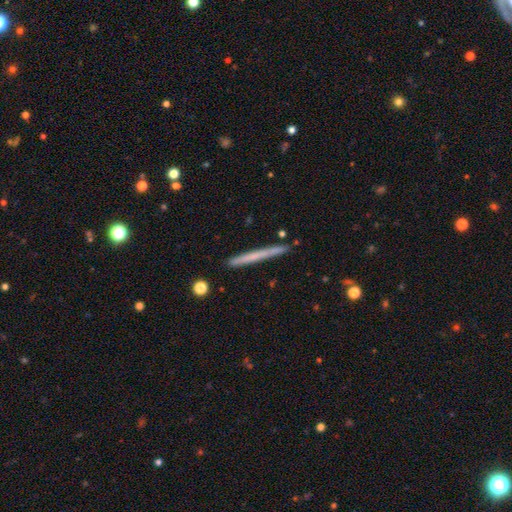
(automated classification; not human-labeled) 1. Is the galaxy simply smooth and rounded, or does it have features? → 55% smooth, 39% featured or disk, 6% star or artifact.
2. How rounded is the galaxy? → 97% cigar-shaped, 2% in between, 1% round.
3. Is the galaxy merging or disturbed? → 90% none, 7% minor disturbance, 1% merger, 1% major disturbance.